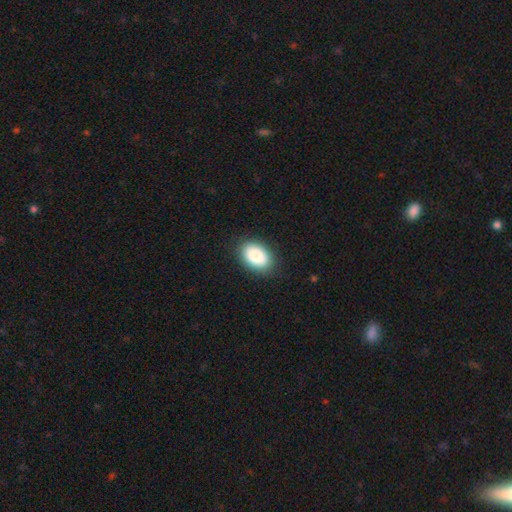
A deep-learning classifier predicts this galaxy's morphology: smooth 87%, star or artifact 7%, featured or disk 6%. Down the decision tree: how rounded — in between (88%); merging — none (88%).